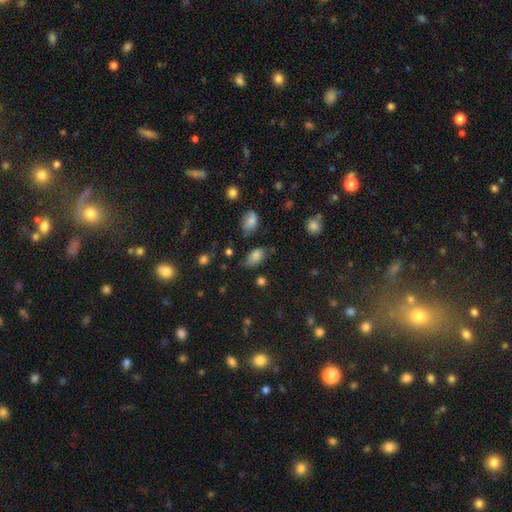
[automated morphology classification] The model was most divided on "merging": none: 66%, minor disturbance: 24%, major disturbance: 6%, merger: 3%. More confident: how rounded — in between (91%); smooth or featured — smooth (79%).